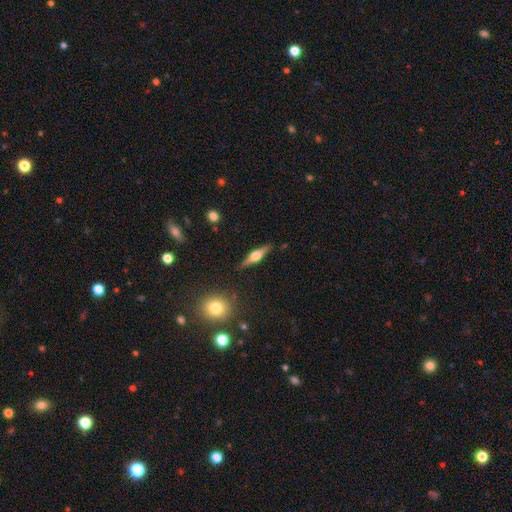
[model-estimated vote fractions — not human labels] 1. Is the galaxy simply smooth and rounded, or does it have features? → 70% featured or disk, 23% smooth, 6% star or artifact.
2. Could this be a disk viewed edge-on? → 97% yes, 3% no.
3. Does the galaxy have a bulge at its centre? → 89% rounded, 9% boxy, 2% none.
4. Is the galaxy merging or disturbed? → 87% none, 9% minor disturbance, 2% major disturbance, 2% merger.